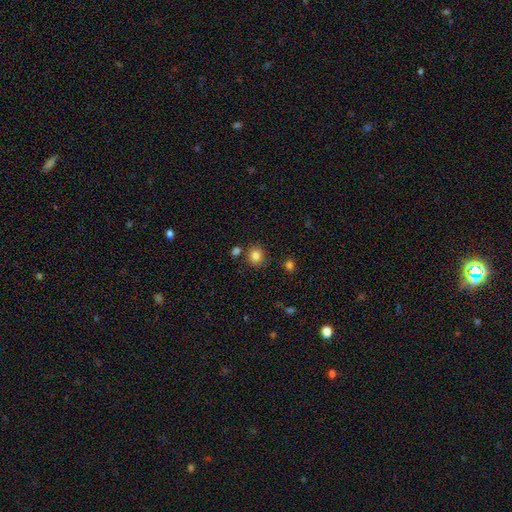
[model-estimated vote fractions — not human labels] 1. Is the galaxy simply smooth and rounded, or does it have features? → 83% smooth, 11% star or artifact, 6% featured or disk.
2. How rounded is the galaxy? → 85% round, 14% in between, 1% cigar-shaped.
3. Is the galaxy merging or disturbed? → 81% none, 9% minor disturbance, 7% merger, 3% major disturbance.